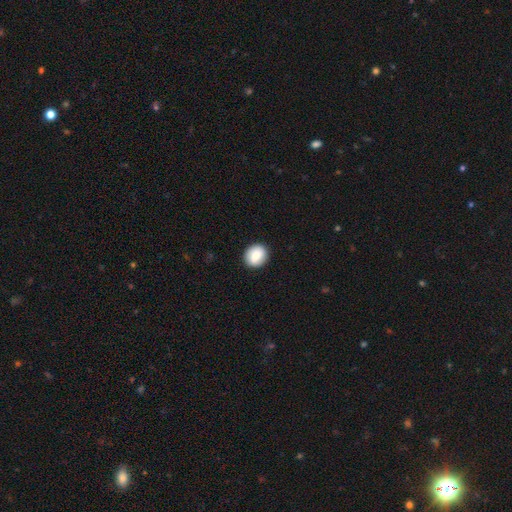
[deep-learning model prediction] Smooth or featured? Predicted: smooth (p=0.84). How rounded? Predicted: round (p=0.77). Merging? Predicted: none (p=0.90).